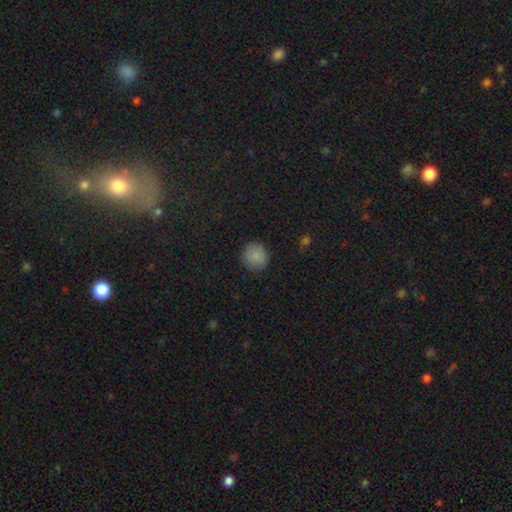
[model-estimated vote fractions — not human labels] Smooth or featured?
  - smooth: 86% *
  - star or artifact: 9%
  - featured or disk: 5%
How rounded?
  - round: 89% *
  - in between: 10%
  - cigar-shaped: 1%
Merging?
  - none: 87% *
  - minor disturbance: 9%
  - major disturbance: 3%
  - merger: 1%